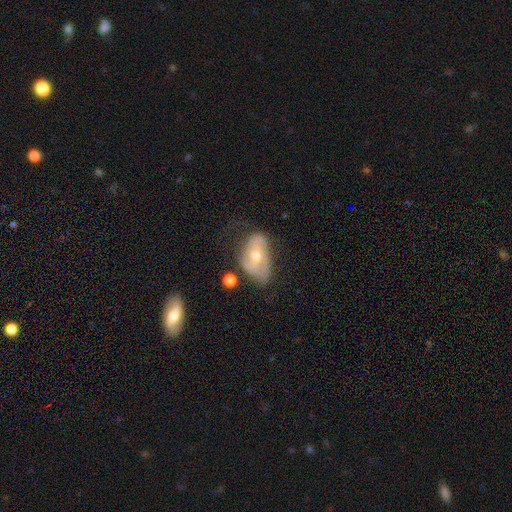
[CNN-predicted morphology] type=featured or disk (58%); edge-on=no (93%); bar=no (60%); spiral arms=yes (61%); bulge=moderate (65%); merging=none (41%).